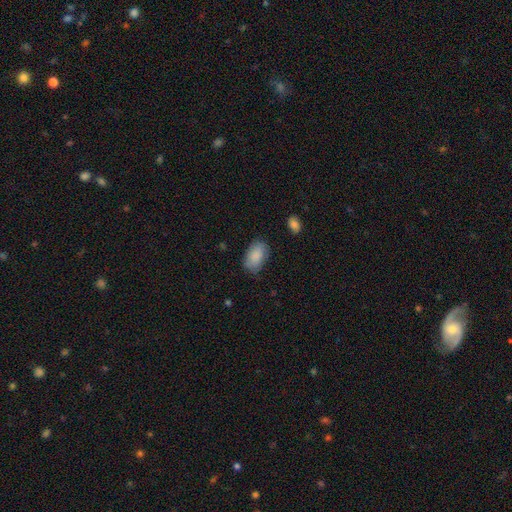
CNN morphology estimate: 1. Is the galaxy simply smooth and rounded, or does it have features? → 87% smooth, 7% featured or disk, 6% star or artifact.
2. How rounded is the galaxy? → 92% in between, 6% round, 2% cigar-shaped.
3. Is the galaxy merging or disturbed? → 75% none, 19% minor disturbance, 5% major disturbance, 2% merger.